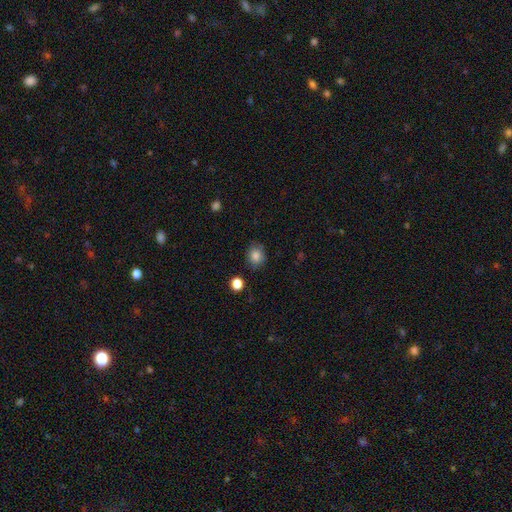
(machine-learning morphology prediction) smooth 84%, star or artifact 10%, featured or disk 6%. Down the decision tree: how rounded — round (65%); merging — none (82%).